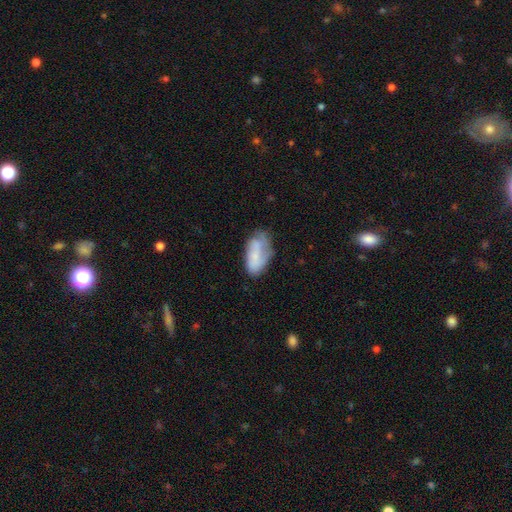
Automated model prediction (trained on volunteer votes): Smooth or featured: smooth — 59% (featured or disk — 33%)
How rounded: in between — 91% (cigar-shaped — 5%)
Merging: none — 46% (minor disturbance — 32%)